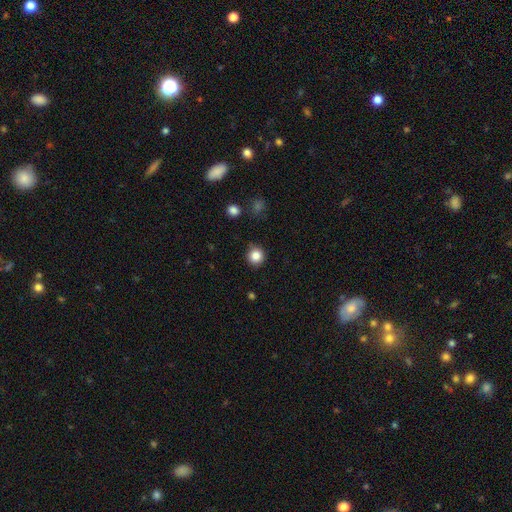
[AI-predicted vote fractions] Smooth or featured: smooth — 85% (star or artifact — 11%)
How rounded: round — 94% (in between — 5%)
Merging: none — 88% (minor disturbance — 8%)